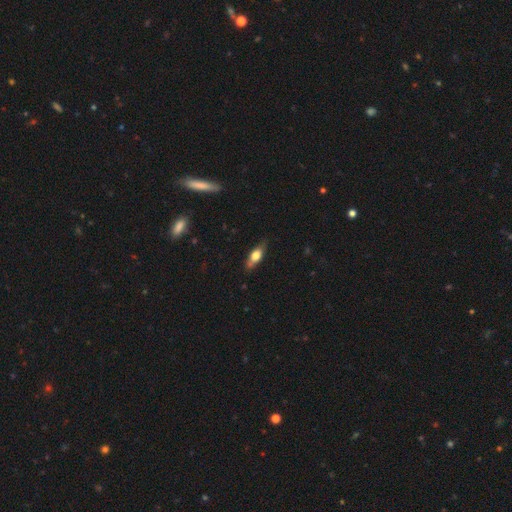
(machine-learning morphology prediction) Smooth or featured? Predicted: smooth (p=0.61). How rounded? Predicted: in between (p=0.69). Merging? Predicted: none (p=0.68).